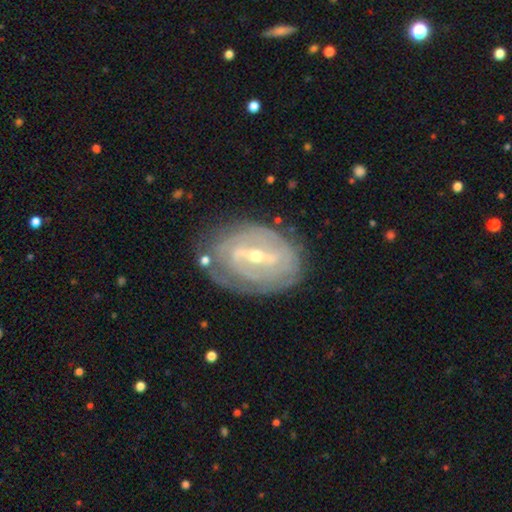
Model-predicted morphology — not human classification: smooth_or_featured: featured or disk (p=0.86) [alt: smooth p=0.09]
disk_edge_on: no (p=0.94) [alt: yes p=0.06]
bar: strong (p=0.57) [alt: weak p=0.34]
has_spiral_arms: yes (p=0.87) [alt: no p=0.13]
spiral_winding: tight (p=0.71) [alt: medium p=0.22]
spiral_arm_count: can't tell (p=0.37) [alt: 2 p=0.36]
bulge_size: small (p=0.52) [alt: moderate p=0.45]
merging: none (p=0.73) [alt: minor disturbance p=0.18]